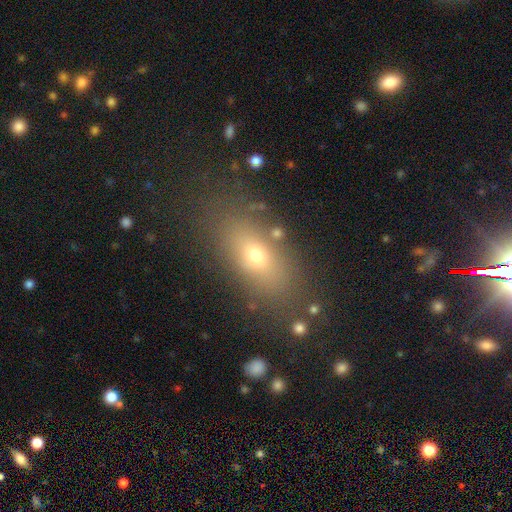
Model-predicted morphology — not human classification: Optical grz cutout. It shows a smooth galaxy with no disk features (67%) that is in between round and cigar-shaped (76%). Merging: none (78%).